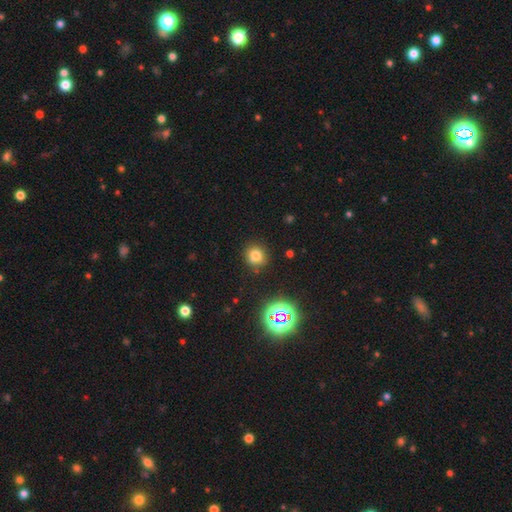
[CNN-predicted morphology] type=smooth (74%); roundness=round (85%); merging=none (84%).